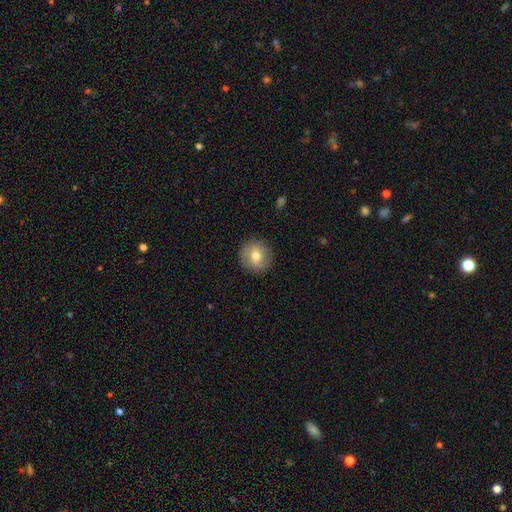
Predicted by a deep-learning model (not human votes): Smooth or featured?
  - smooth: 66% *
  - featured or disk: 26%
  - star or artifact: 8%
How rounded?
  - round: 93% *
  - in between: 6%
  - cigar-shaped: 1%
Merging?
  - none: 89% *
  - minor disturbance: 8%
  - major disturbance: 3%
  - merger: 1%